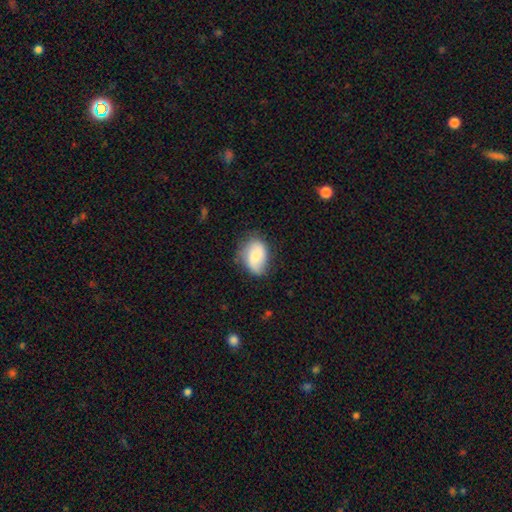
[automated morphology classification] Overall: smooth (68%). How rounded: in between (79%). Merging: none (62%; minor disturbance 29%).